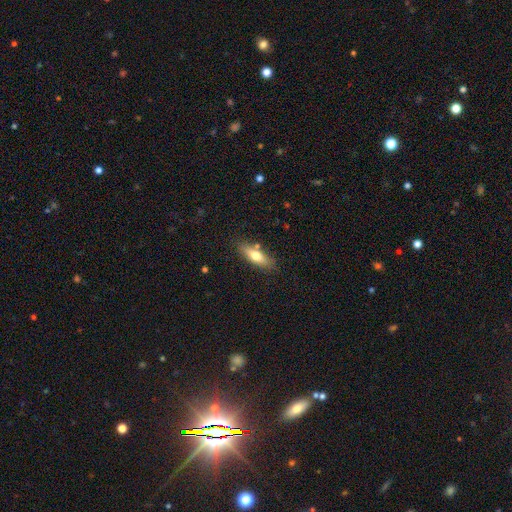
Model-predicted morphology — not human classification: This is likely a smooth galaxy (66%). How rounded: possibly in between (55%). Merging: likely none (78%).